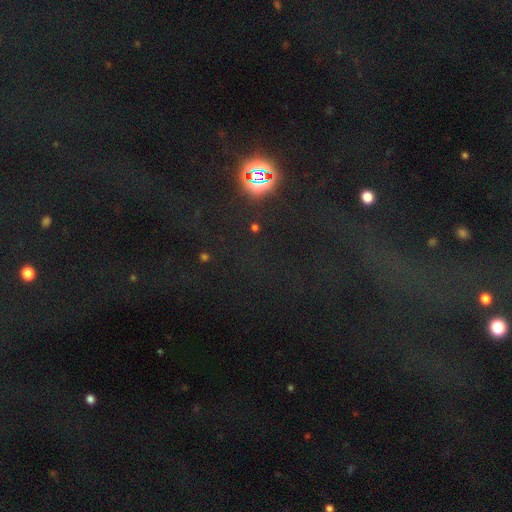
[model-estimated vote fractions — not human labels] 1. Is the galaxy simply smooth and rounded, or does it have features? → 71% star or artifact, 17% smooth, 12% featured or disk.